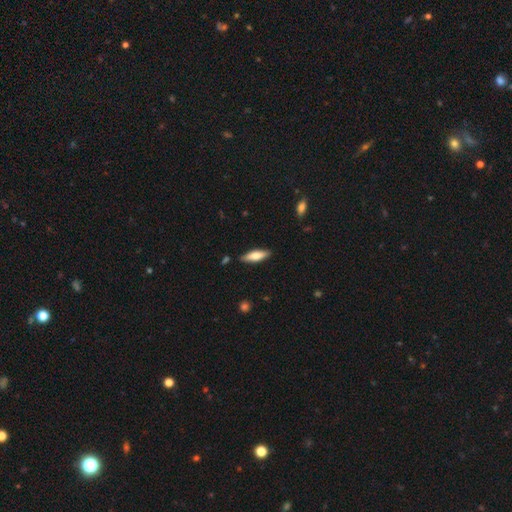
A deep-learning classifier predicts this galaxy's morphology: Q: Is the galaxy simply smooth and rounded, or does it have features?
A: smooth — 64%.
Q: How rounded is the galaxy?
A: cigar-shaped — 54%.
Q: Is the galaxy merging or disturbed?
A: none — 86%.